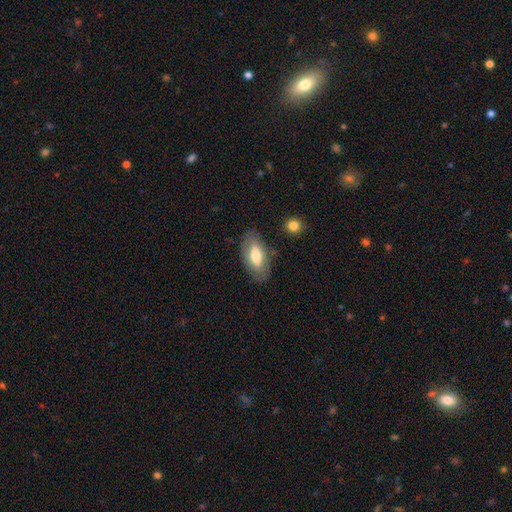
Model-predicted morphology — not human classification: smooth 68%, featured or disk 26%, star or artifact 6%. Down the decision tree: how rounded — in between (90%); merging — none (79%).